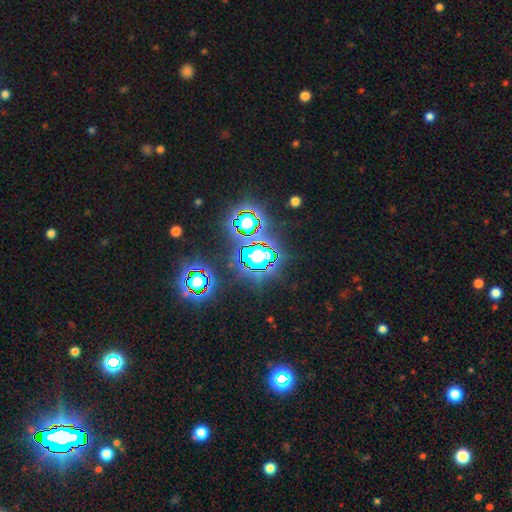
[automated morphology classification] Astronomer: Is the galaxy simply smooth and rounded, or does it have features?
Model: star or artifact — 74%.